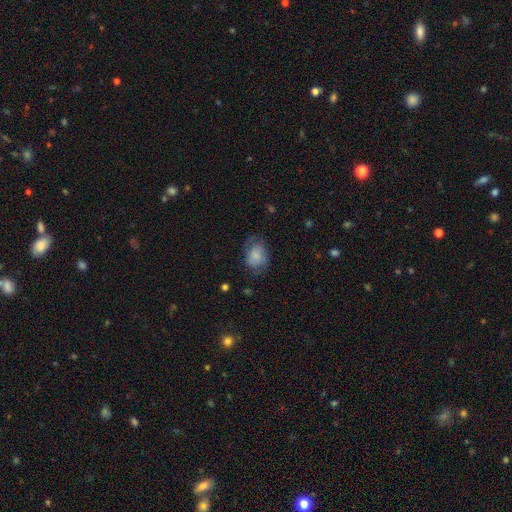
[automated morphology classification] smooth_or_featured: smooth (p=0.73) [alt: featured or disk p=0.19]
how_rounded: in between (p=0.68) [alt: round p=0.31]
merging: none (p=0.58) [alt: minor disturbance p=0.27]